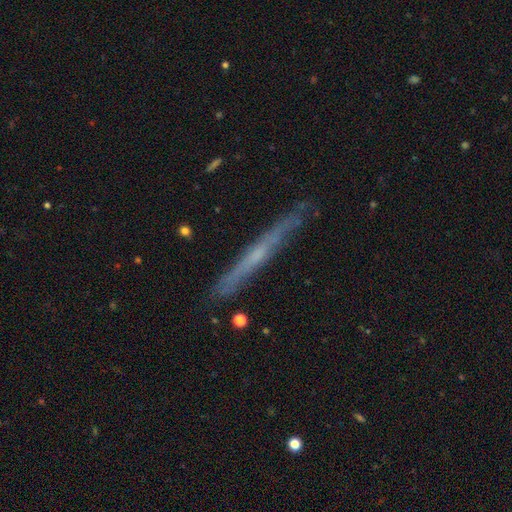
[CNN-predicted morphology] type=featured or disk (65%); edge-on=yes (96%); edge-on bulge=none (58%); merging=none (85%).